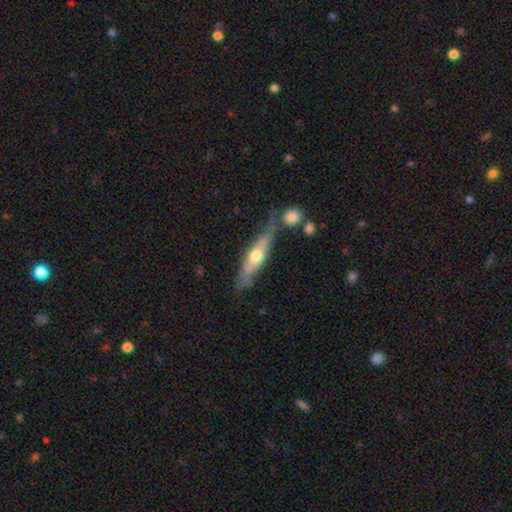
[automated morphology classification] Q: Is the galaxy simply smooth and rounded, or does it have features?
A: featured or disk — 52%.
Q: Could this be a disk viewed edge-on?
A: yes — 70%.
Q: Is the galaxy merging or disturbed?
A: none — 43%.